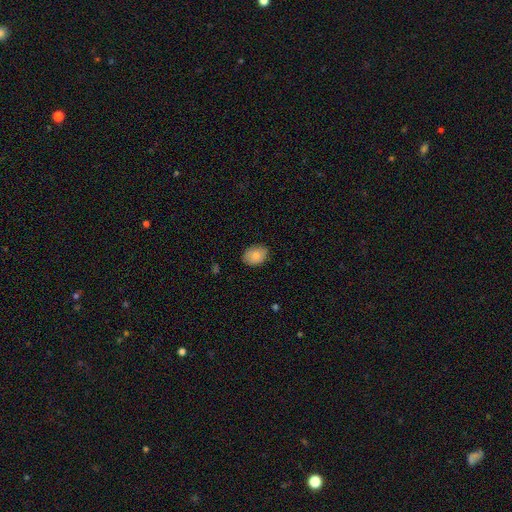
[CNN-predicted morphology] smooth_or_featured: smooth (p=0.85) [alt: featured or disk p=0.08]
how_rounded: in between (p=0.70) [alt: round p=0.29]
merging: none (p=0.85) [alt: minor disturbance p=0.12]